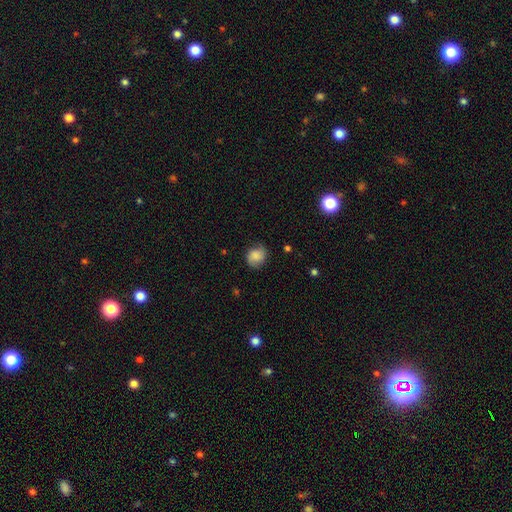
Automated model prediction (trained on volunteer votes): smooth 73%, featured or disk 18%, star or artifact 9%. Down the decision tree: how rounded — round (67%); merging — none (74%).